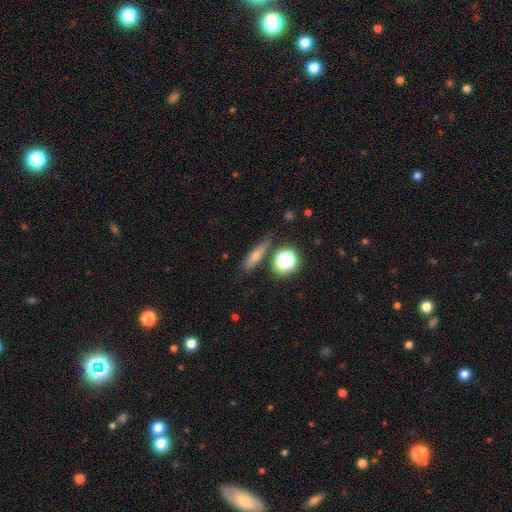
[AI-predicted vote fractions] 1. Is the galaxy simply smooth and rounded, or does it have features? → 49% smooth, 33% featured or disk, 18% star or artifact.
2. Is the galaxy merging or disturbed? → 76% none, 13% minor disturbance, 6% merger, 4% major disturbance.